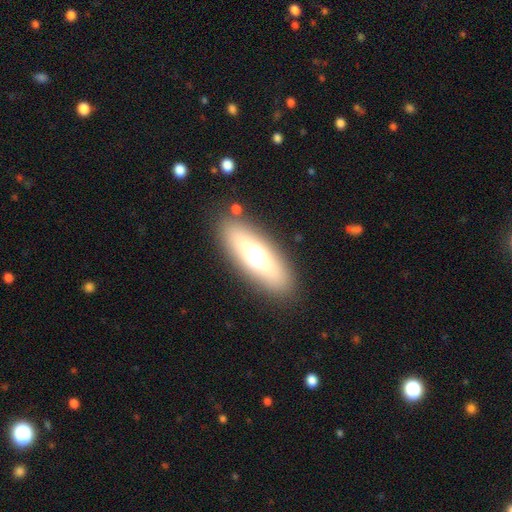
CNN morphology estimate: type=smooth (55%); roundness=in between (64%); merging=none (85%).